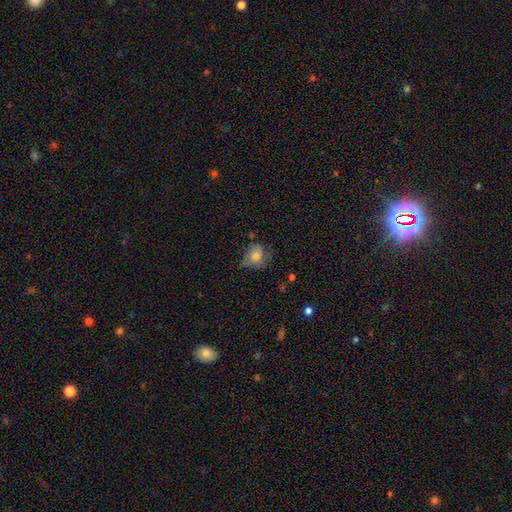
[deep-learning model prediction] The model was most divided on "merging": none: 47%, minor disturbance: 33%, major disturbance: 17%, merger: 2%. More confident: smooth or featured — smooth (65%); how rounded — round (60%).